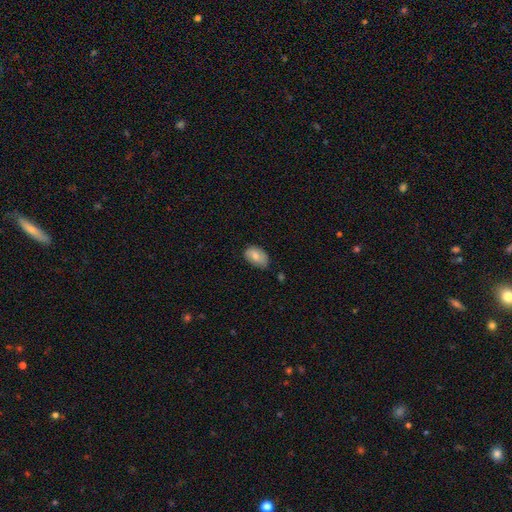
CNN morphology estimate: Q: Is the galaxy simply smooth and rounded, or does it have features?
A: smooth — 77%.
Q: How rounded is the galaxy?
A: in between — 92%.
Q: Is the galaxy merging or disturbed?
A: none — 66%.